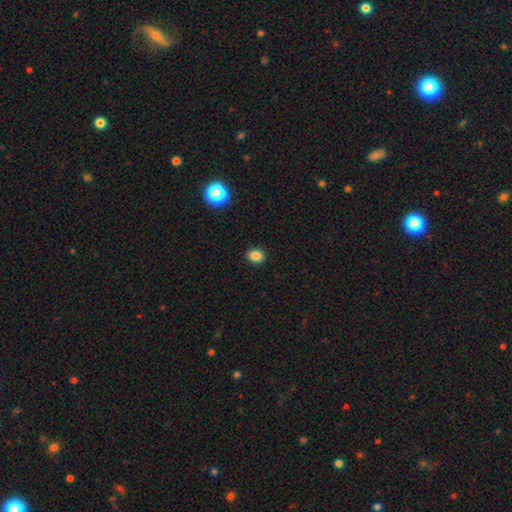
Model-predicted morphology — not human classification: Smooth or featured: smooth — 84% (star or artifact — 12%)
How rounded: round — 61% (in between — 38%)
Merging: none — 91% (minor disturbance — 6%)